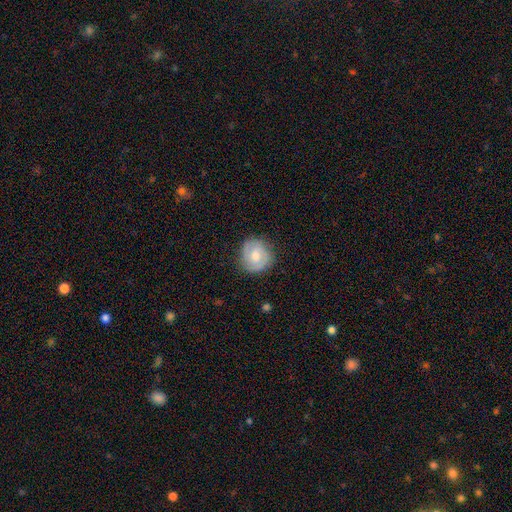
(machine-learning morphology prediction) This appears to be a smooth galaxy with no disk features (50%) that is round (84%). Merging: none (78%).